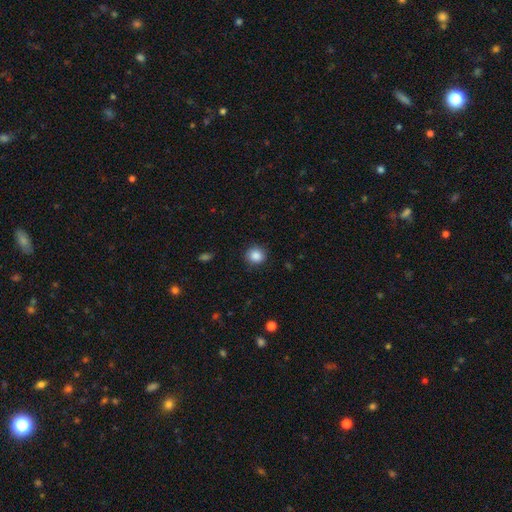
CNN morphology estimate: The model was most divided on "merging": none: 87%, minor disturbance: 10%, major disturbance: 3%, merger: 1%. More confident: how rounded — round (88%); smooth or featured — smooth (87%).